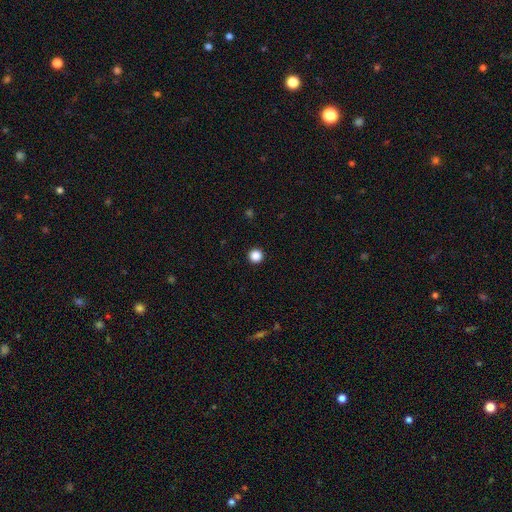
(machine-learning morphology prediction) The model was most divided on "smooth or featured": smooth: 86%, star or artifact: 11%, featured or disk: 3%. More confident: how rounded — round (96%); merging — none (94%).